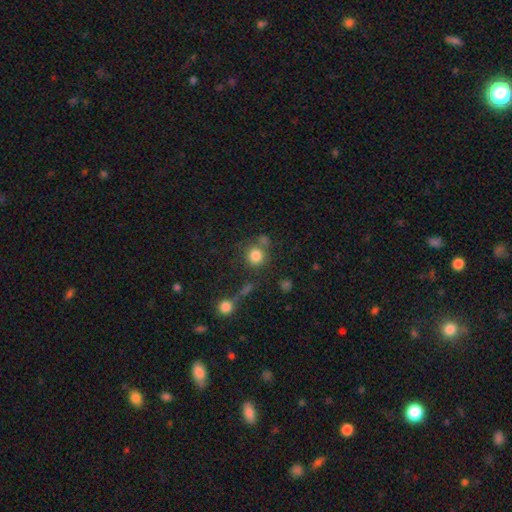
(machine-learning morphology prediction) smooth 81%, star or artifact 12%, featured or disk 7%. Down the decision tree: how rounded — round (89%); merging — none (67%).